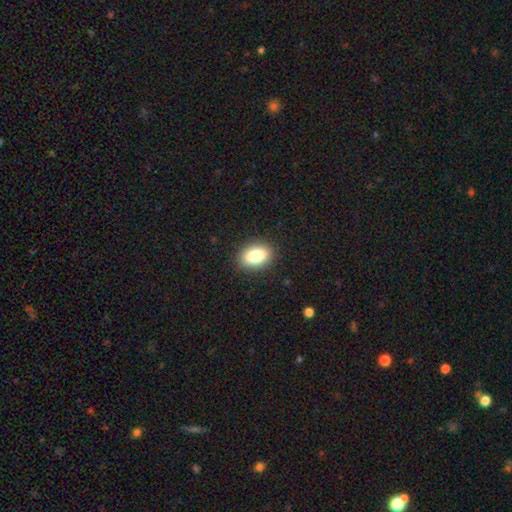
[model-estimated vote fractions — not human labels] smooth 85%, star or artifact 8%, featured or disk 7%. Down the decision tree: how rounded — in between (87%); merging — none (88%).